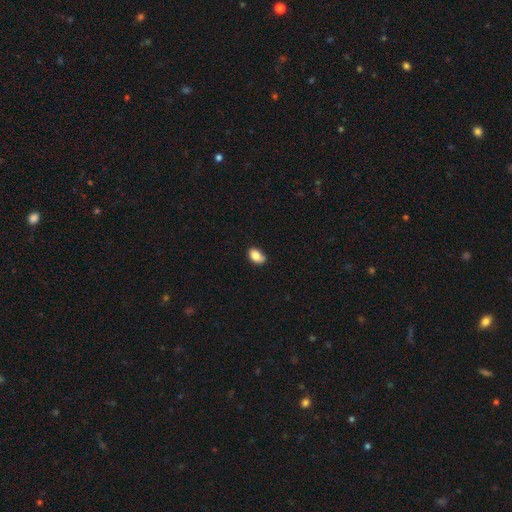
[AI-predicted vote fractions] Smooth or featured? smooth (85%)
How rounded? in between (87%)
Merging? none (73%)